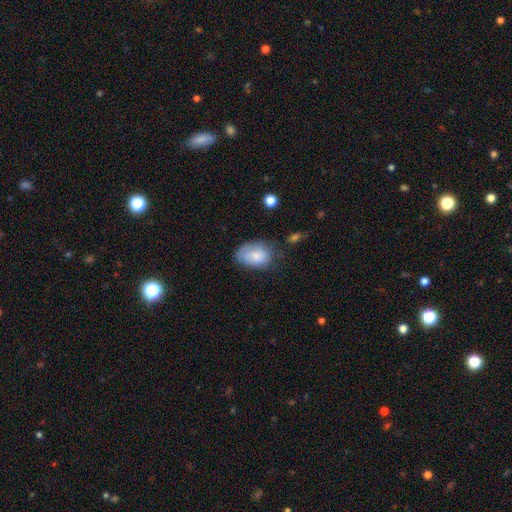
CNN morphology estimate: Smooth or featured?
  - smooth: 73% *
  - featured or disk: 20%
  - star or artifact: 7%
How rounded?
  - in between: 87% *
  - round: 12%
  - cigar-shaped: 1%
Merging?
  - none: 54% *
  - minor disturbance: 30%
  - major disturbance: 12%
  - merger: 3%